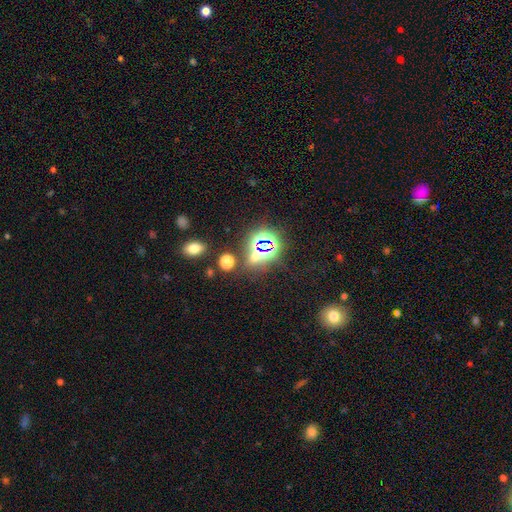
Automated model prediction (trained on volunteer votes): Smooth or featured? Predicted: star or artifact (p=0.64).